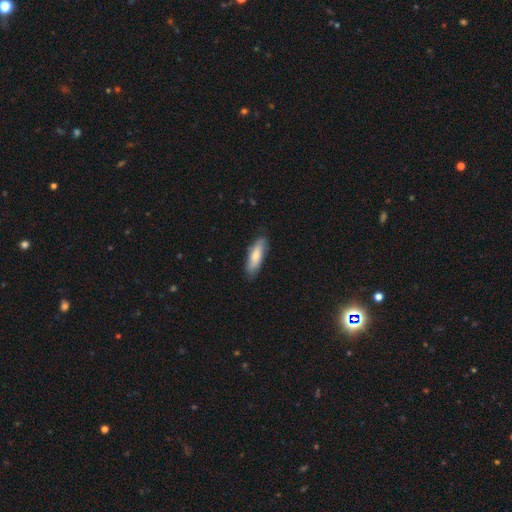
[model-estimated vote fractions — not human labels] Morphology: type=smooth (72%); roundness=in between (51%); merging=none (81%).